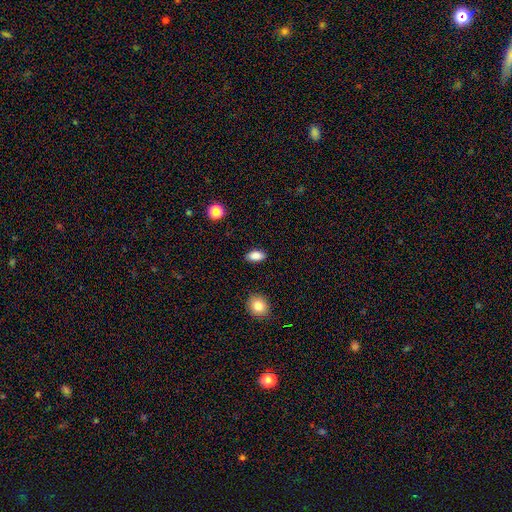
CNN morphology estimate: Smooth or featured: smooth — 87% (star or artifact — 8%)
How rounded: in between — 91% (round — 6%)
Merging: none — 88% (minor disturbance — 9%)